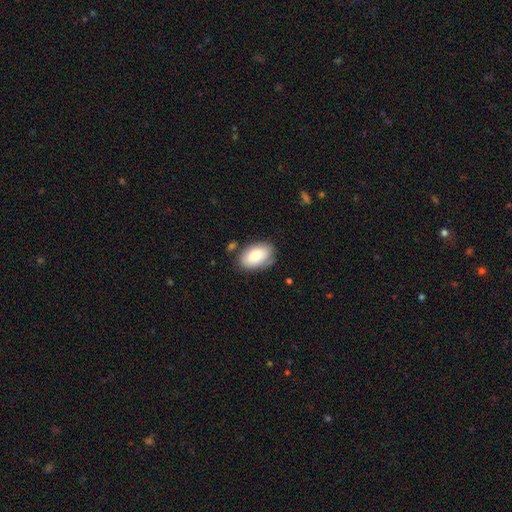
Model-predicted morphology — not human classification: smooth 85%, featured or disk 8%, star or artifact 6%. Down the decision tree: how rounded — in between (94%); merging — none (74%).